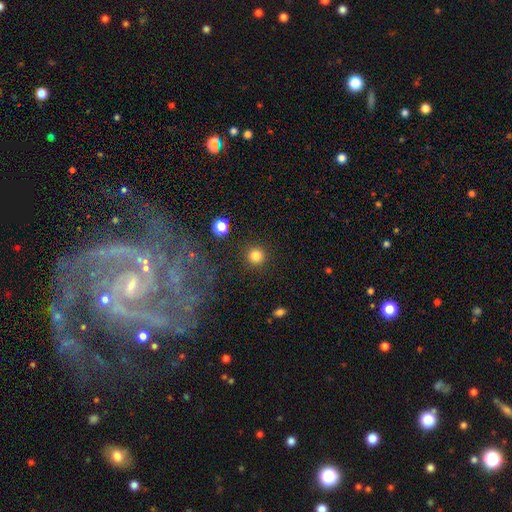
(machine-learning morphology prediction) This is clearly a smooth galaxy (83%). How rounded: clearly round (95%). Merging: clearly none (91%).